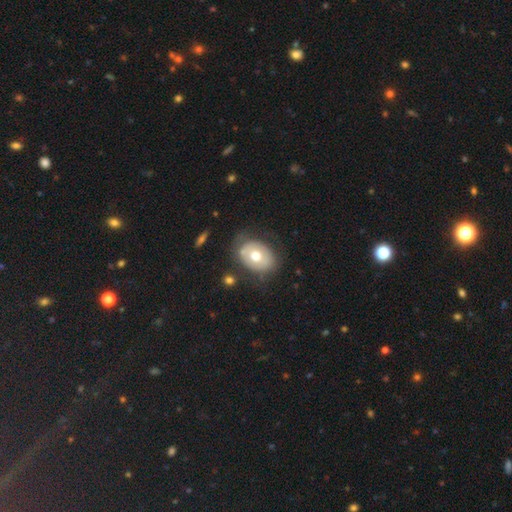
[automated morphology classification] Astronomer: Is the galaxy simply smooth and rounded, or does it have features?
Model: smooth — 58% (runner-up: featured or disk, 35%).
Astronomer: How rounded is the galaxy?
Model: in between — 65%.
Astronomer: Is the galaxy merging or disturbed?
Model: none — 68%.